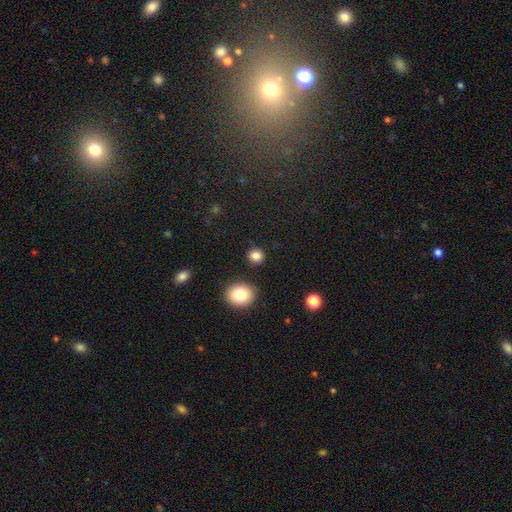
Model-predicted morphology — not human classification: smooth-or-featured: smooth: 85% | star or artifact: 11% | featured or disk: 4%
  how-rounded: round: 88% | in between: 11% | cigar-shaped: 1%
  merging: none: 89% | minor disturbance: 6% | merger: 2% | major disturbance: 2%